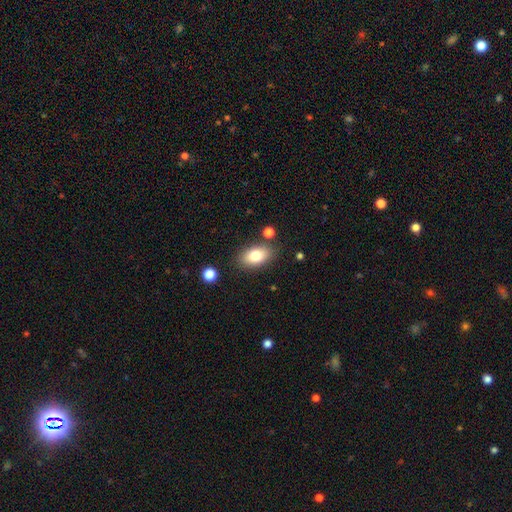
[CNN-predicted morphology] Q: Smooth or featured?
A: smooth (79%); runner-up: featured or disk (13%)
Q: How rounded?
A: in between (89%); runner-up: round (9%)
Q: Merging?
A: none (82%); runner-up: minor disturbance (11%)